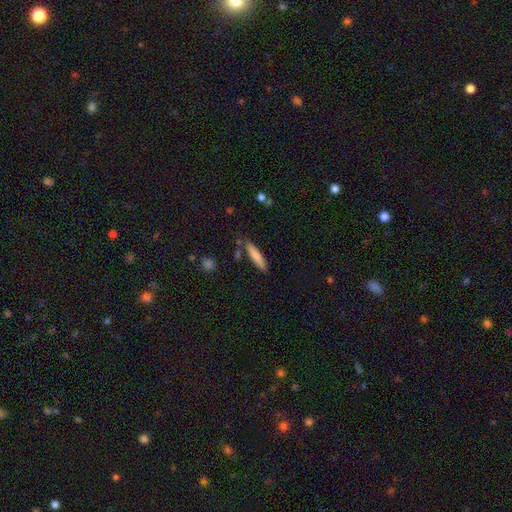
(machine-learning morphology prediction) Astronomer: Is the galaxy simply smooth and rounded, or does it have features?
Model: smooth — 78%.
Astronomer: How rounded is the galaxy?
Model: cigar-shaped — 85%.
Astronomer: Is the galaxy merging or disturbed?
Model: none — 81%.